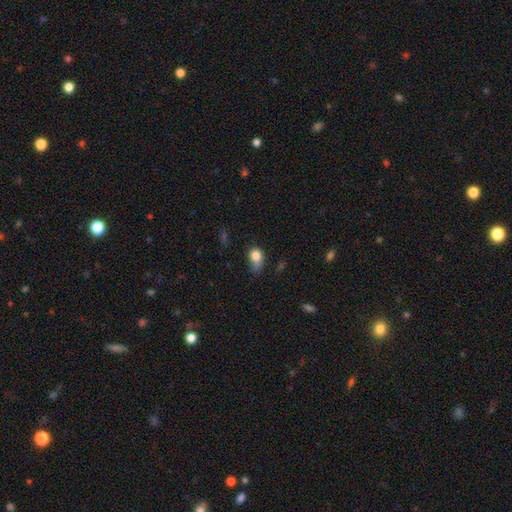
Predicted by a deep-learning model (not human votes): Smooth or featured: smooth — 81% (featured or disk — 10%)
How rounded: in between — 69% (round — 29%)
Merging: minor disturbance — 43% (none — 33%)